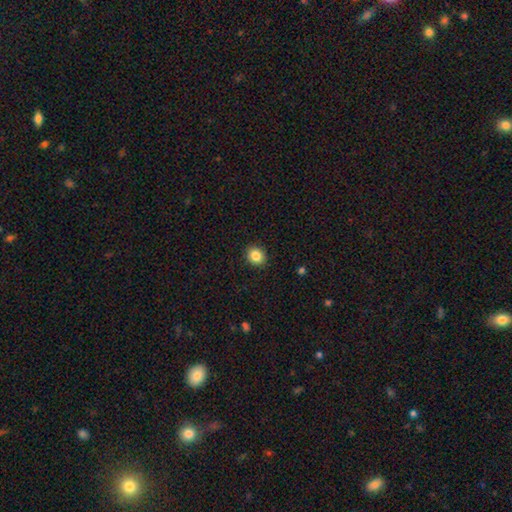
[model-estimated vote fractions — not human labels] This appears to be a smooth galaxy with no disk features (86%) that is round (66%). Merging: none (91%).